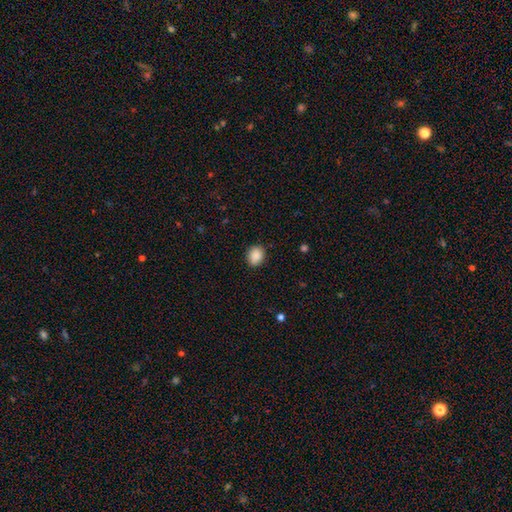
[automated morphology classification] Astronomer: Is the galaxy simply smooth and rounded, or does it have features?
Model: smooth — 89%.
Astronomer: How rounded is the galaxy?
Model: round — 55% (runner-up: in between, 44%).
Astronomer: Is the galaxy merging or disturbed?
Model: none — 85%.